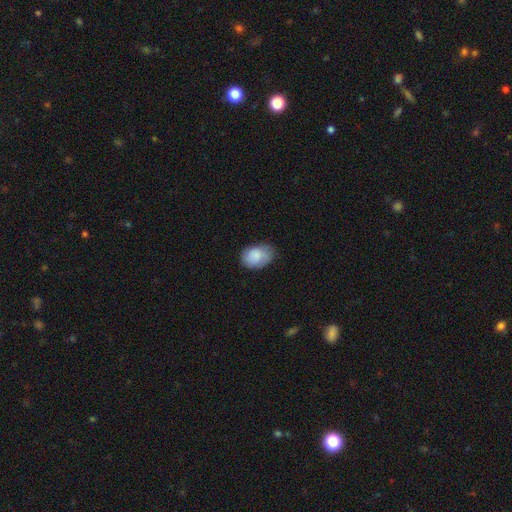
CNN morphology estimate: This is clearly a smooth galaxy (83%). How rounded: clearly in between (84%). Merging: likely none (69%).